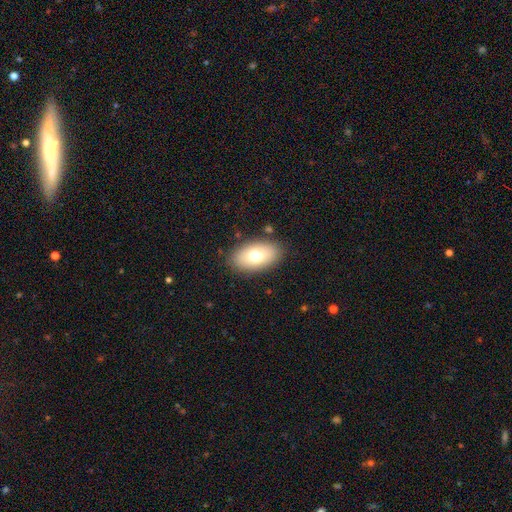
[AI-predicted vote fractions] A smooth galaxy with no disk features (72%) that is in between round and cigar-shaped (92%).

Vote fractions:
- Smooth or featured? smooth: 72% / featured or disk: 20% / star or artifact: 8%
- How rounded? in between: 92% / round: 7% / cigar-shaped: 2%
- Merging? none: 85% / minor disturbance: 10% / major disturbance: 3% / merger: 2%